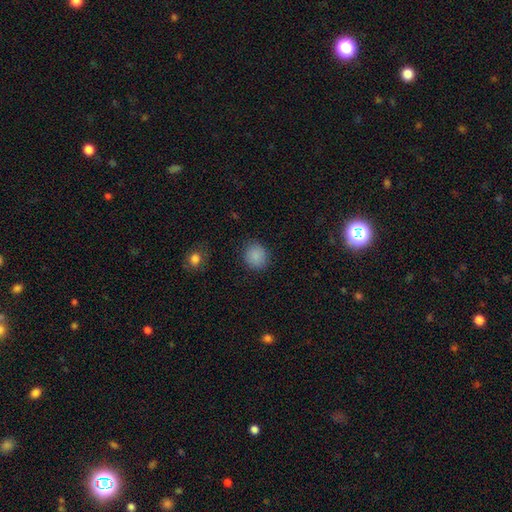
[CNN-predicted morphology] smooth-or-featured: smooth: 87% | star or artifact: 9% | featured or disk: 3%
  how-rounded: round: 81% | in between: 18% | cigar-shaped: 1%
  merging: none: 87% | minor disturbance: 9% | major disturbance: 3% | merger: 1%